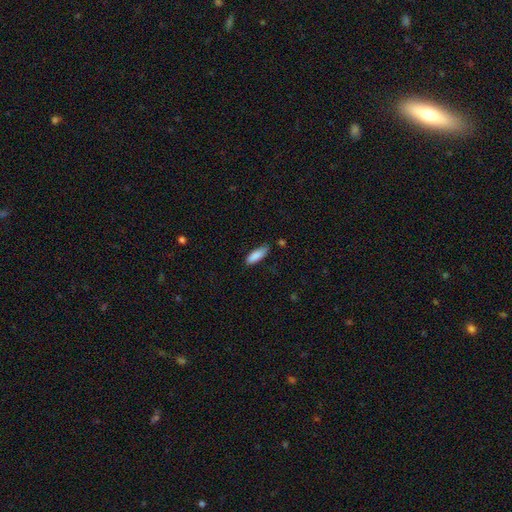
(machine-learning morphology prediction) This is clearly a smooth galaxy (88%). How rounded: possibly in between (59%). Merging: likely none (76%).